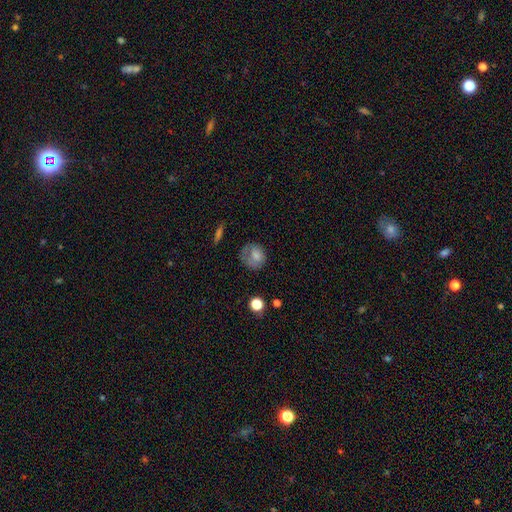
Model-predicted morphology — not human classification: The model was most divided on "merging": none: 50%, minor disturbance: 28%, major disturbance: 20%, merger: 2%. More confident: how rounded — round (74%); smooth or featured — smooth (74%).